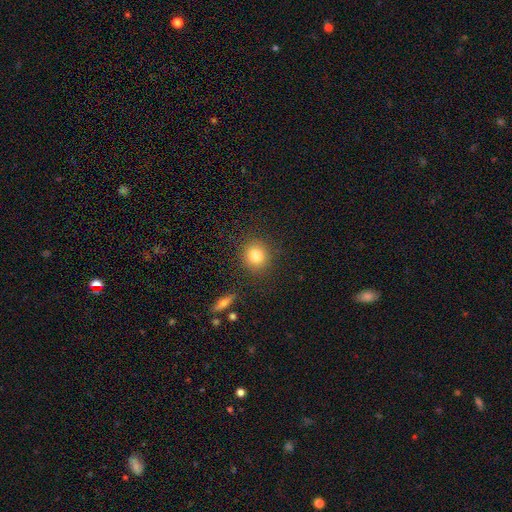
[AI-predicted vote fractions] Overall: smooth (83%). How rounded: round (85%). Merging: none (87%).